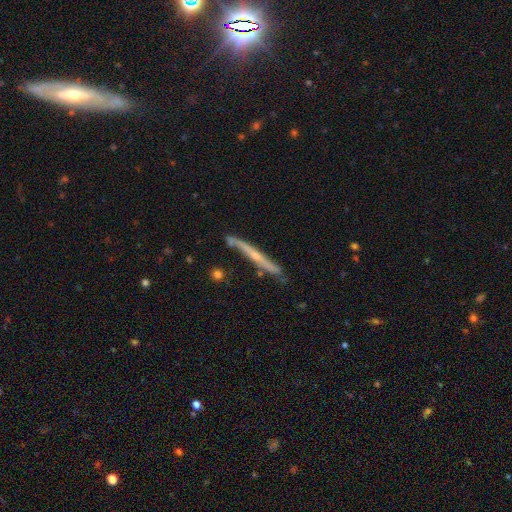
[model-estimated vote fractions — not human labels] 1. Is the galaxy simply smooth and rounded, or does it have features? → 70% featured or disk, 25% smooth, 6% star or artifact.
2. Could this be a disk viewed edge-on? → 94% yes, 6% no.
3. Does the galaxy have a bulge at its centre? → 57% rounded, 39% none, 4% boxy.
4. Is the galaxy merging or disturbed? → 76% none, 17% minor disturbance, 4% merger, 3% major disturbance.